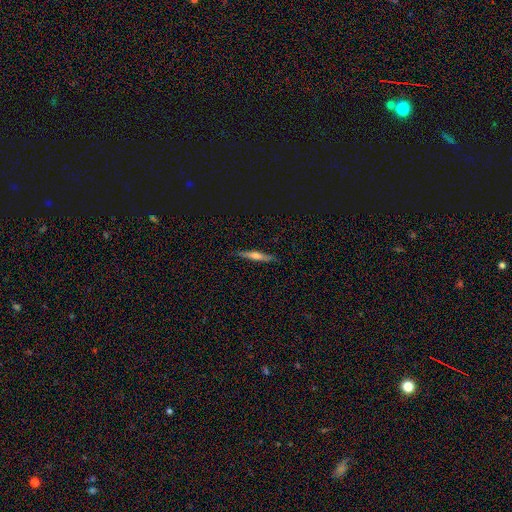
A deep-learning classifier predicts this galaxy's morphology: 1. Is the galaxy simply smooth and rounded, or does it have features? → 54% featured or disk, 39% smooth, 7% star or artifact.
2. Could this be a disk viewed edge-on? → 96% yes, 4% no.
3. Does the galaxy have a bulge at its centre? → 79% rounded, 13% none, 8% boxy.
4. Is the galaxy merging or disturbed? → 88% none, 9% minor disturbance, 2% major disturbance, 1% merger.